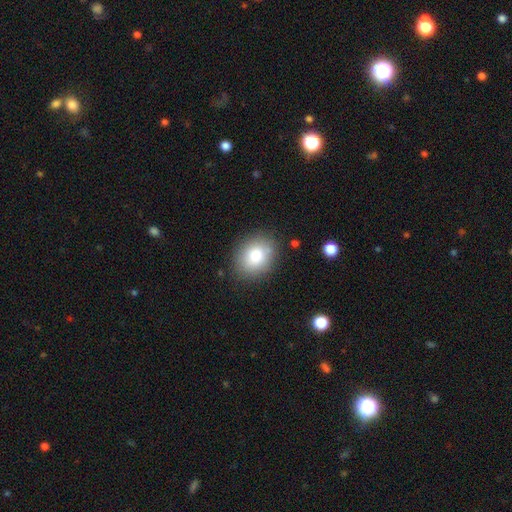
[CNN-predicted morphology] Smooth or featured? Predicted: smooth (p=0.81). How rounded? Predicted: round (p=0.50). Merging? Predicted: none (p=0.83).